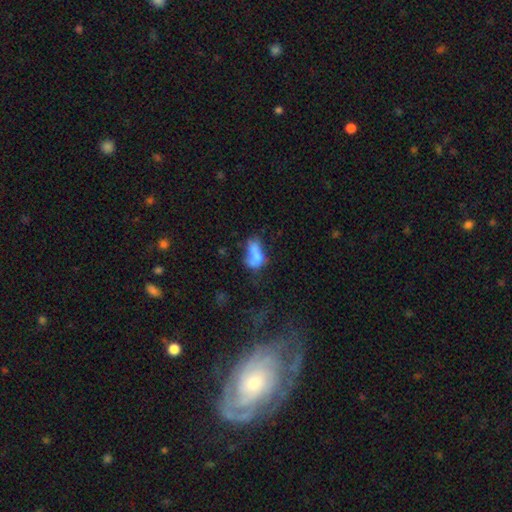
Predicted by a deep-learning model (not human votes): Smooth or featured? smooth (57%)
How rounded? in between (82%)
Merging? merger (31%)